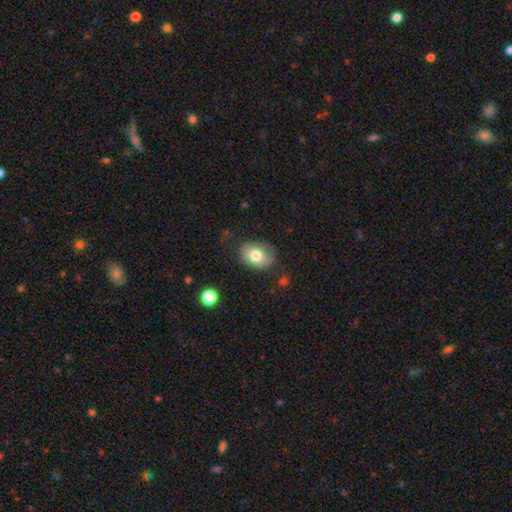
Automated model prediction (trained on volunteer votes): Smooth or featured: smooth — 78% (featured or disk — 14%)
How rounded: in between — 68% (round — 31%)
Merging: none — 75% (minor disturbance — 19%)